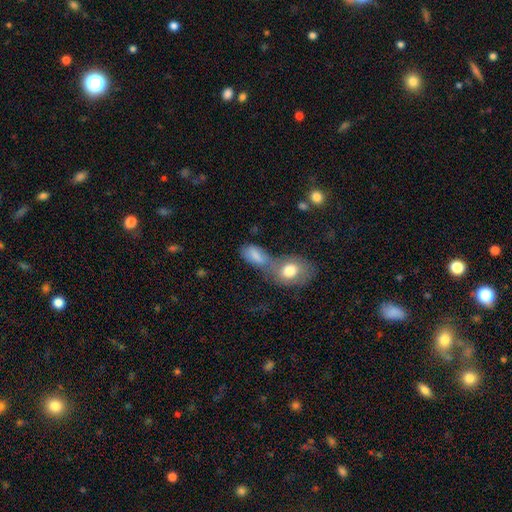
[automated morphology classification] Smooth or featured?
  - smooth: 75% *
  - featured or disk: 16%
  - star or artifact: 9%
How rounded?
  - in between: 86% *
  - round: 9%
  - cigar-shaped: 5%
Merging?
  - merger: 64% *
  - none: 19%
  - minor disturbance: 10%
  - major disturbance: 7%